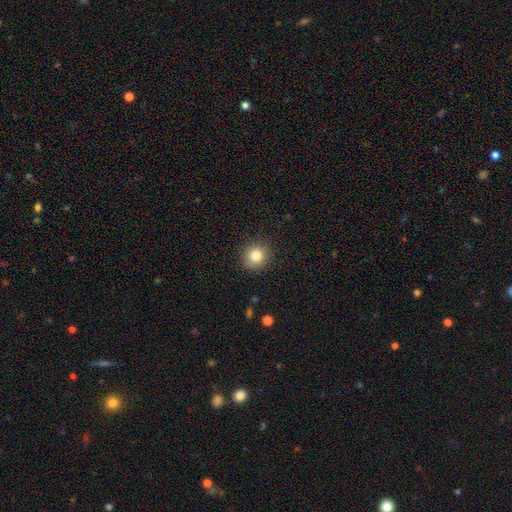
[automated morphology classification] Overall: smooth (84%). How rounded: round (86%). Merging: none (89%).